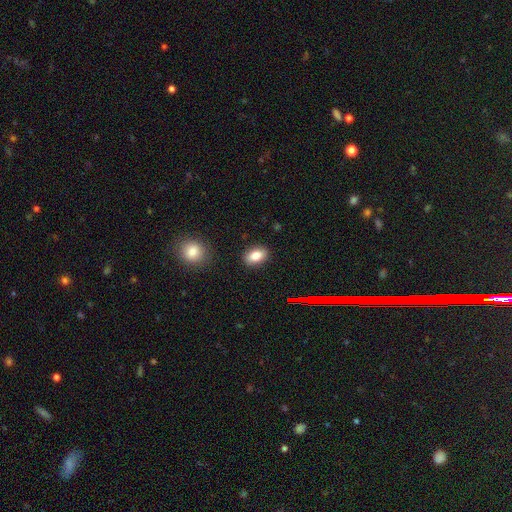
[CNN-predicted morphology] Smooth or featured? smooth (82%)
How rounded? in between (85%)
Merging? none (88%)